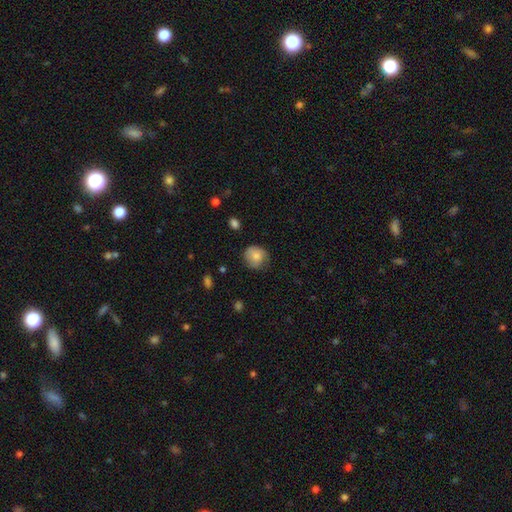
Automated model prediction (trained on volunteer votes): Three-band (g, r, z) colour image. It shows a smooth galaxy with no disk features (77%) that is round (80%). Merging: none (67%).